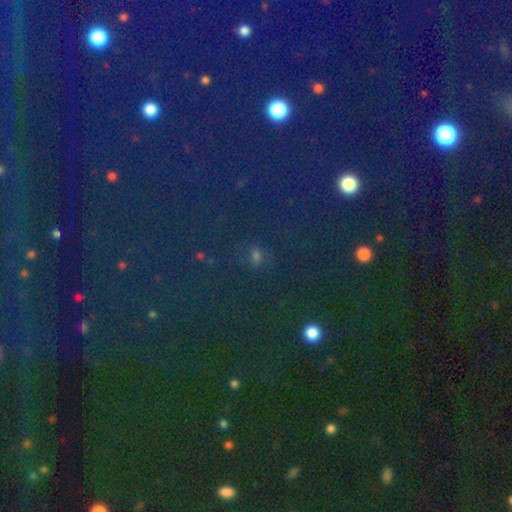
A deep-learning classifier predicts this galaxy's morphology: Q: Smooth or featured?
A: star or artifact (49%); runner-up: smooth (42%)